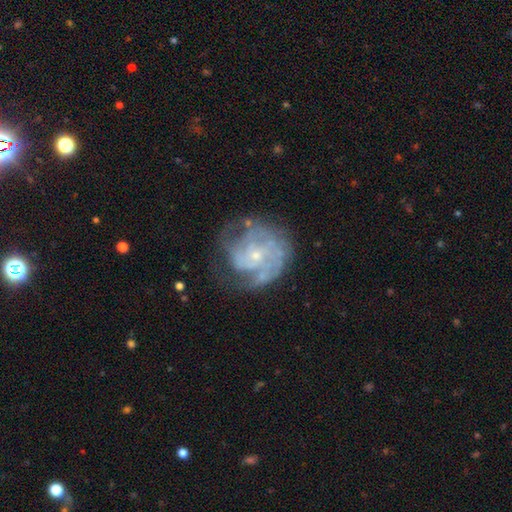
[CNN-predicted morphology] A featured or disk galaxy (80%) with no bar (72%), tight (56%) spiral arms (88%) and a small central bulge (77%). Merging: none (60%).